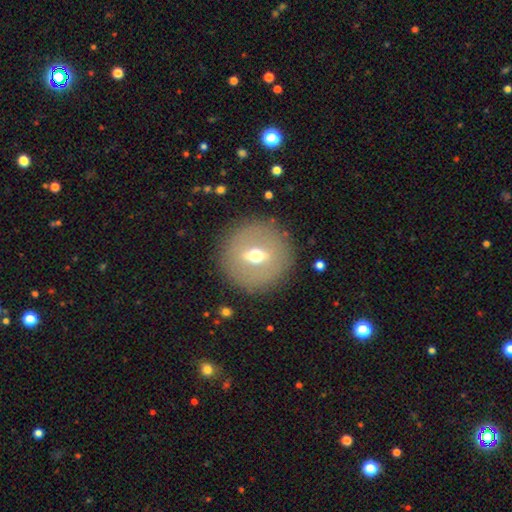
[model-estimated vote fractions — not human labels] This appears to be a featured or disk galaxy (61%). Merging: none (87%).